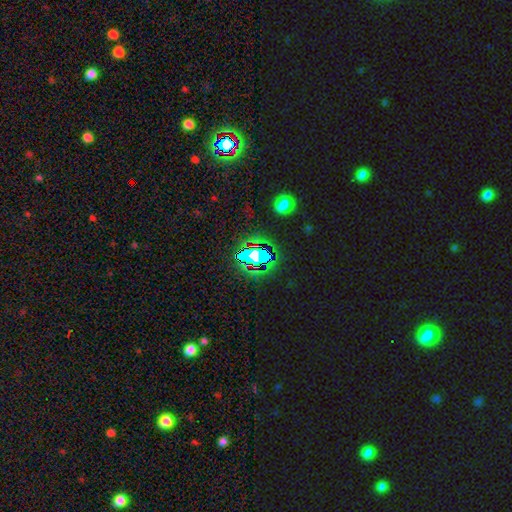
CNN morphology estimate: The model was most divided on "smooth or featured": star or artifact: 66%, smooth: 22%, featured or disk: 13%.